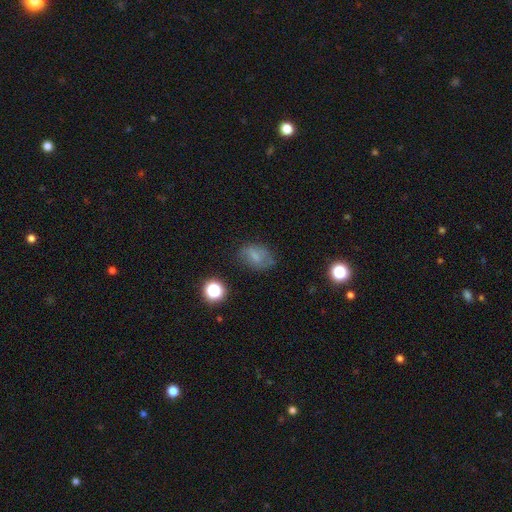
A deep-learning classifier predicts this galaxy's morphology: Smooth or featured? smooth (66%)
How rounded? in between (80%)
Merging? none (63%)